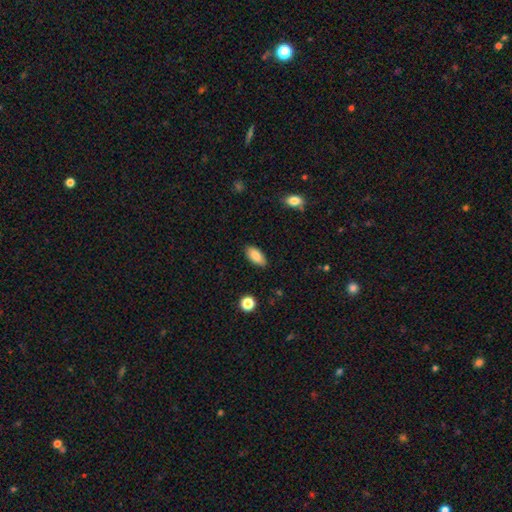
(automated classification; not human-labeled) Smooth or featured? Predicted: smooth (p=0.86). How rounded? Predicted: in between (p=0.90). Merging? Predicted: none (p=0.87).